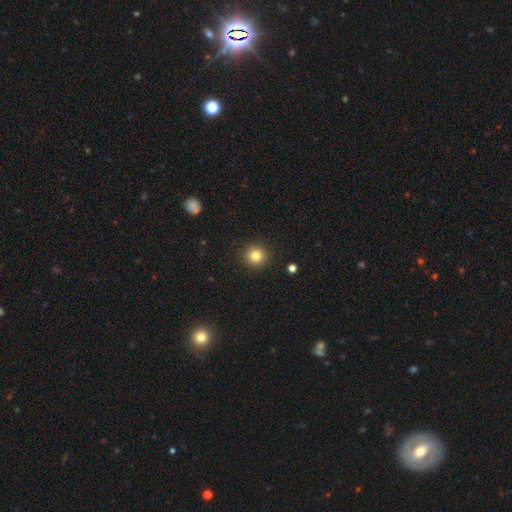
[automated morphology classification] The model was most divided on "smooth or featured": smooth: 82%, star or artifact: 12%, featured or disk: 6%. More confident: how rounded — round (94%); merging — none (92%).